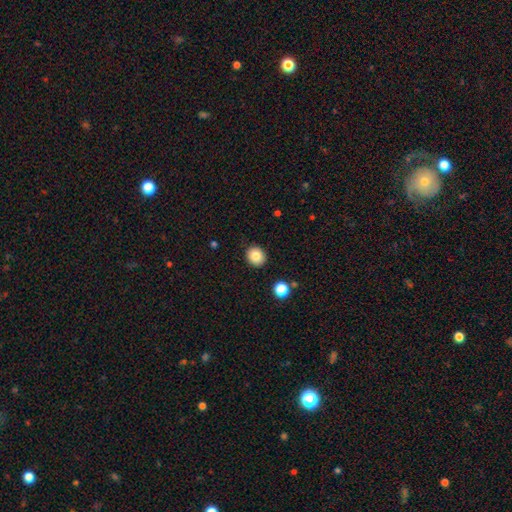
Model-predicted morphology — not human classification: This is clearly a smooth galaxy (84%). How rounded: likely round (76%). Merging: clearly none (90%).